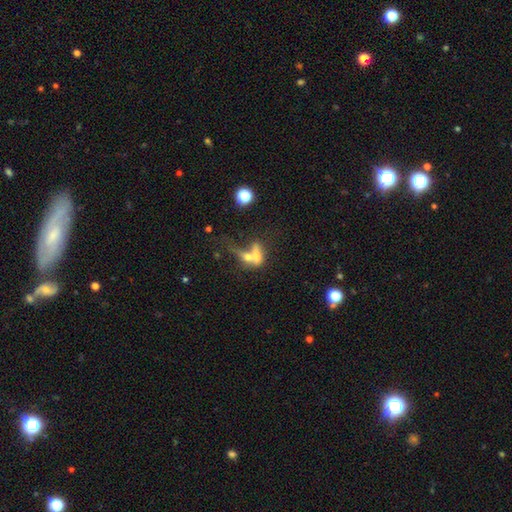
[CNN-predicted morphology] Q: Smooth or featured?
A: smooth (57%); runner-up: featured or disk (30%)
Q: How rounded?
A: in between (60%); runner-up: cigar-shaped (22%)
Q: Merging?
A: merger (62%); runner-up: none (17%)